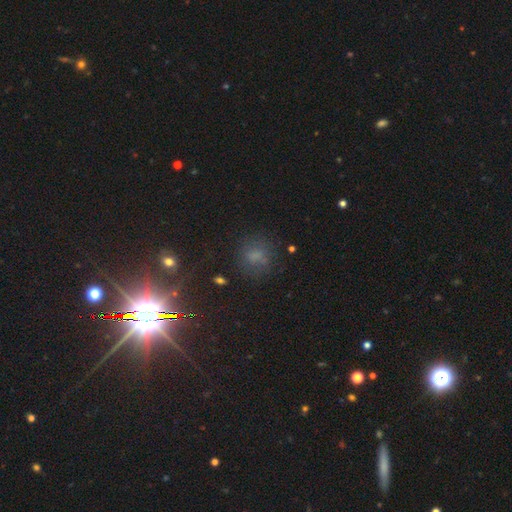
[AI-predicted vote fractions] A smooth galaxy with no disk features (59%) that is round (74%). Merging: none (69%).